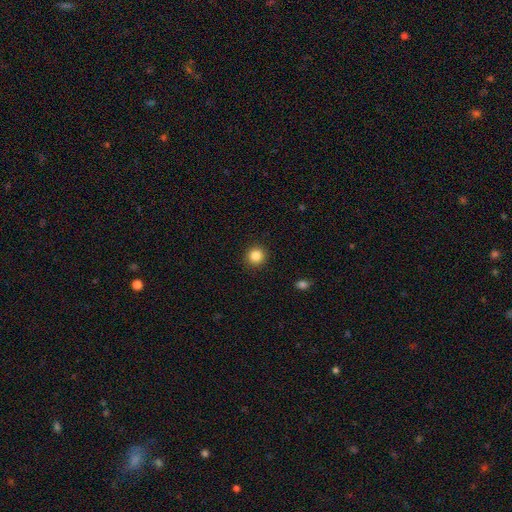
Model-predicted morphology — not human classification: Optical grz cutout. It shows a smooth galaxy with no disk features (86%) that is round (92%). Merging: none (92%).